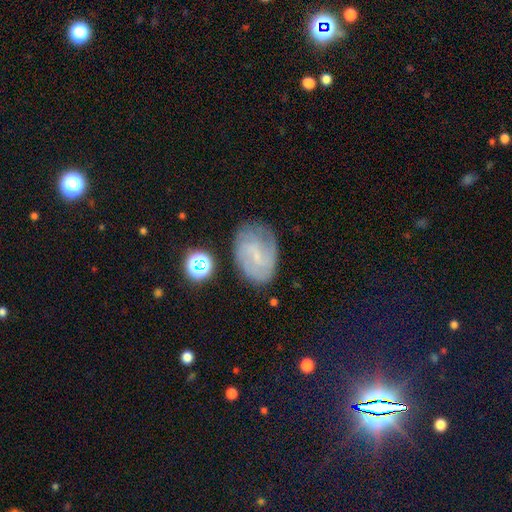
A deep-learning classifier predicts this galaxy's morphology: Smooth or featured: featured or disk — 63% (smooth — 27%)
Edge-on disk: no — 97% (yes — 3%)
Bar: weak — 54% (no — 32%)
Spiral arms: yes — 86% (no — 14%)
Spiral winding: medium — 40% (tight — 39%)
Spiral arm count: 2 — 39% (can't tell — 37%)
Bulge size: small — 63% (none — 24%)
Merging: none — 68% (minor disturbance — 21%)